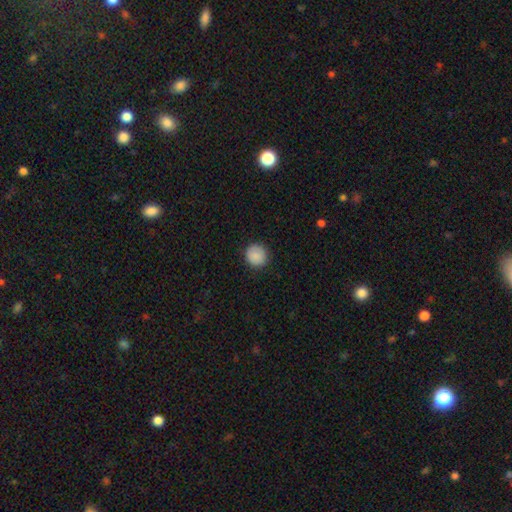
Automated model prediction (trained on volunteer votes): Q: Smooth or featured?
A: smooth (88%); runner-up: star or artifact (7%)
Q: How rounded?
A: round (93%); runner-up: in between (6%)
Q: Merging?
A: none (89%); runner-up: minor disturbance (8%)